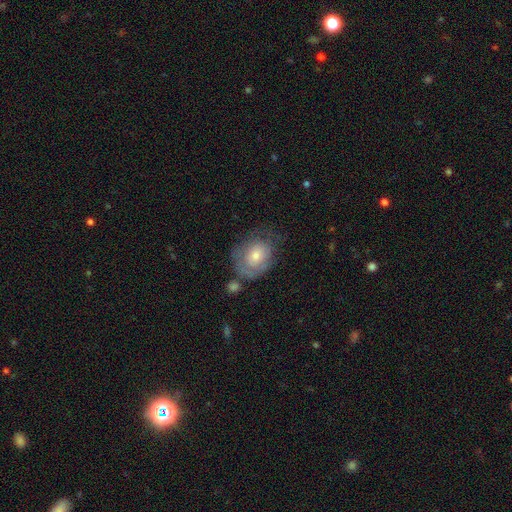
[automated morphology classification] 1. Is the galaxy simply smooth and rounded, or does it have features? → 48% smooth, 44% featured or disk, 8% star or artifact.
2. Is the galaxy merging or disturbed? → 52% none, 27% minor disturbance, 16% major disturbance, 6% merger.